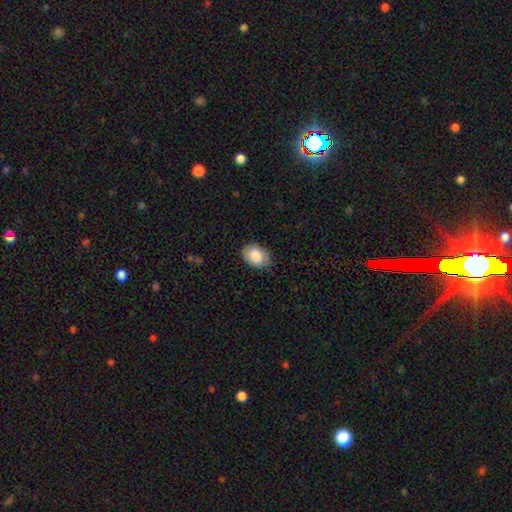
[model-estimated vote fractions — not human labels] A smooth galaxy with no disk features (88%) that is in between round and cigar-shaped (79%). Merging: none (84%).